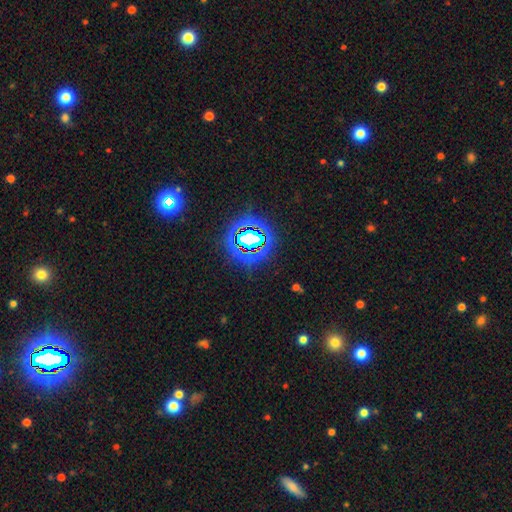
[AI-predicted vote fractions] star or artifact 79%, smooth 13%, featured or disk 8%.